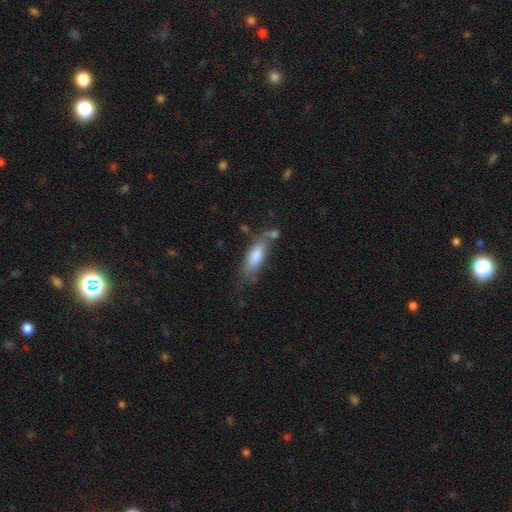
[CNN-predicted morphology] Smooth or featured? Predicted: smooth (p=0.74). How rounded? Predicted: in between (p=0.60). Merging? Predicted: none (p=0.50).